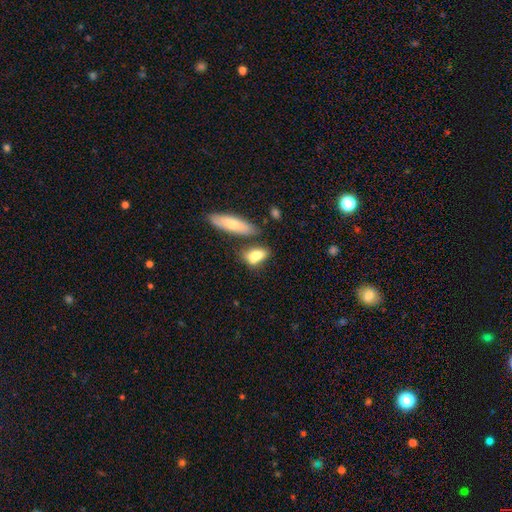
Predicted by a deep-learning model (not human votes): A smooth galaxy with no disk features (76%) that is in between round and cigar-shaped (77%).

Vote fractions:
- Smooth or featured? smooth: 76% / featured or disk: 16% / star or artifact: 8%
- How rounded? in between: 77% / cigar-shaped: 12% / round: 11%
- Merging? none: 49% / merger: 27% / minor disturbance: 18% / major disturbance: 7%